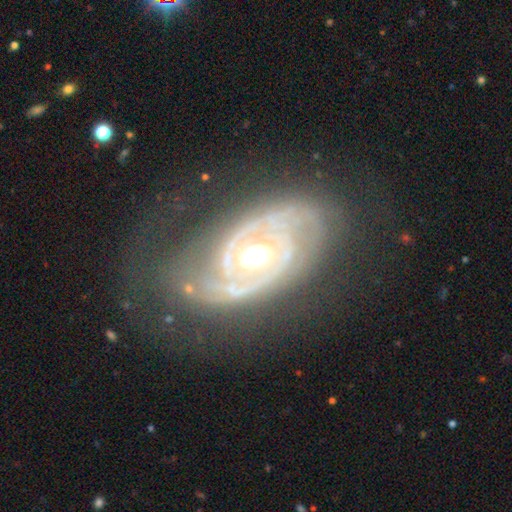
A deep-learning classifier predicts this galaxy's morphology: Smooth or featured? featured or disk (88%)
Edge-on disk? no (94%)
Bar? no (68%)
Spiral arms? yes (86%)
Spiral winding? tight (65%)
Spiral arm count? 2 (49%)
Bulge size? moderate (72%)
Merging? none (62%)